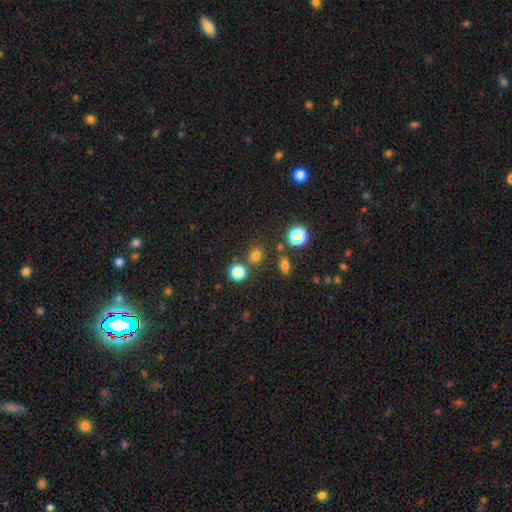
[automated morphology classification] This is likely a smooth galaxy (73%). How rounded: likely round (77%). Merging: likely none (76%).